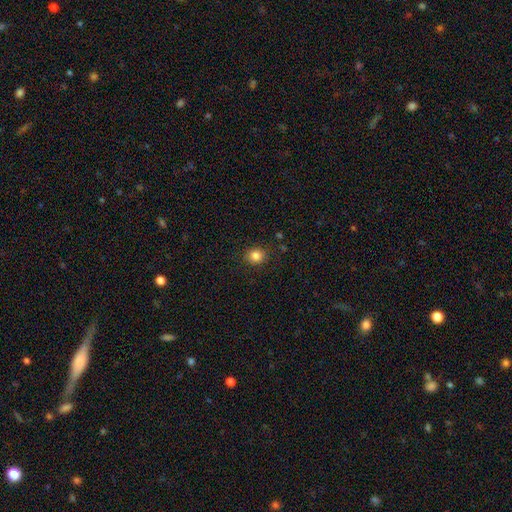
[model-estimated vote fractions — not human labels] Smooth or featured? smooth (84%)
How rounded? round (81%)
Merging? none (88%)